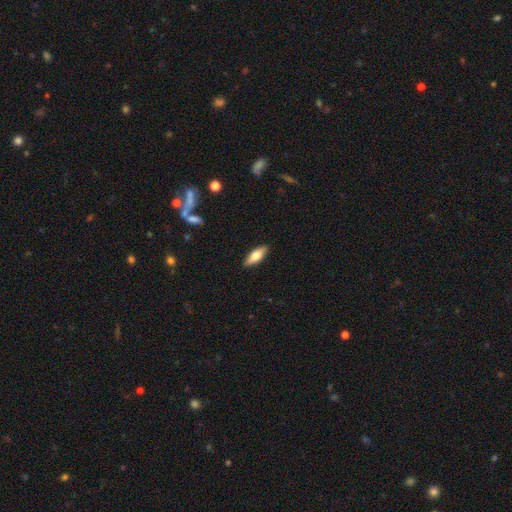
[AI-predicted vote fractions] Overall: smooth (65%; featured or disk 29%). How rounded: in between (65%; cigar-shaped 33%). Merging: none (89%).